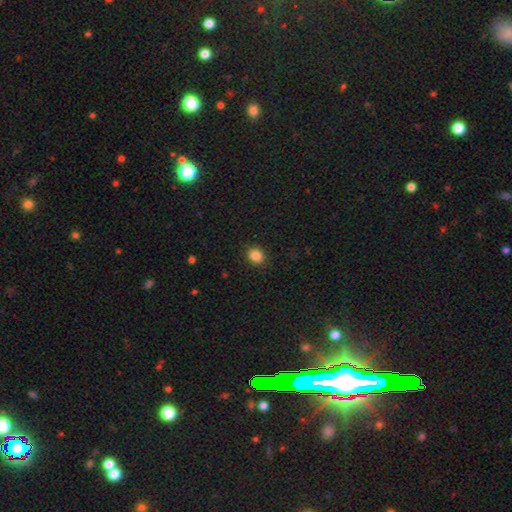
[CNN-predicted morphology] A smooth galaxy with no disk features (86%) that is round (62%). Merging: none (89%).